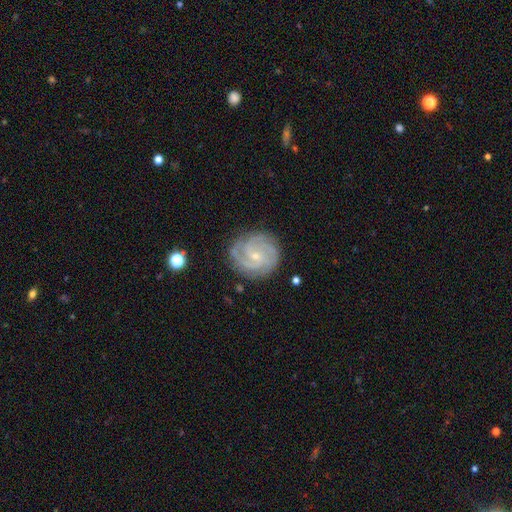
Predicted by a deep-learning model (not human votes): Smooth or featured?
  - featured or disk: 88% *
  - smooth: 7%
  - star or artifact: 5%
Edge-on disk?
  - no: 98% *
  - yes: 2%
Bar?
  - no: 61% *
  - weak: 32%
  - strong: 7%
Spiral arms?
  - yes: 98% *
  - no: 2%
Spiral winding?
  - tight: 68% *
  - medium: 28%
  - loose: 4%
Spiral arm count?
  - 3: 40% *
  - 4: 21%
  - 2: 15%
  - can't tell: 13%
  - more than 4: 6%
  - 1: 5%
Bulge size?
  - small: 78% *
  - moderate: 19%
  - none: 2%
  - large: 1%
  - dominant: 1%
Merging?
  - none: 82% *
  - minor disturbance: 13%
  - major disturbance: 3%
  - merger: 1%